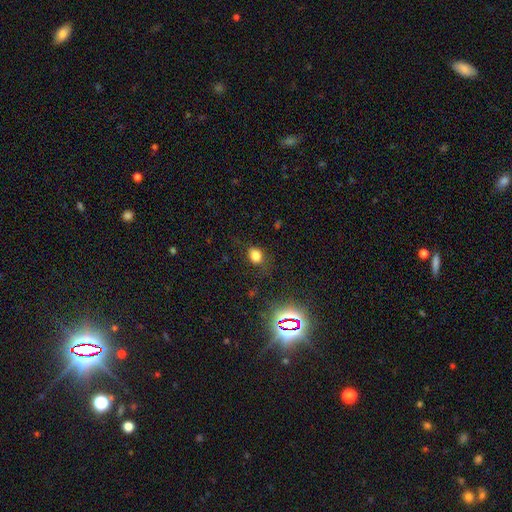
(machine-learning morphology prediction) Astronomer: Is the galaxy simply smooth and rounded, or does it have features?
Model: smooth — 76%.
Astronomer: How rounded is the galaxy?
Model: in between — 50% (runner-up: round, 48%).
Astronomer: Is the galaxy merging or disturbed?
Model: none — 70%.